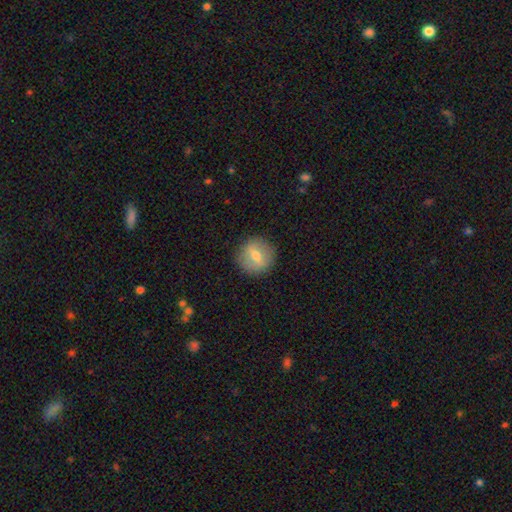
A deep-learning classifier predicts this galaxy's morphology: Smooth or featured: smooth — 60% (featured or disk — 32%)
How rounded: round — 91% (in between — 7%)
Merging: none — 88% (minor disturbance — 8%)